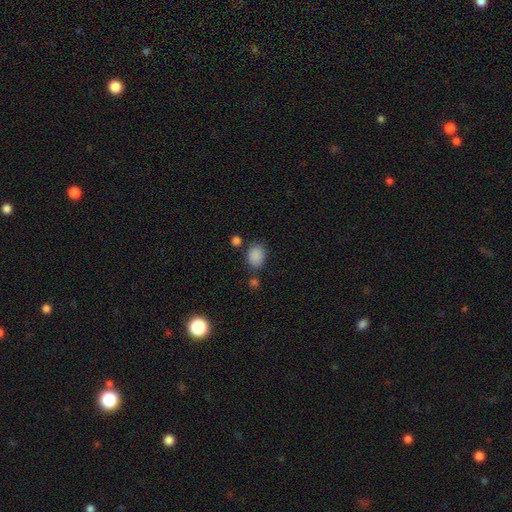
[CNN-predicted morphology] This appears to be a smooth galaxy with no disk features (86%) that is in between round and cigar-shaped (64%). Merging: none (70%).